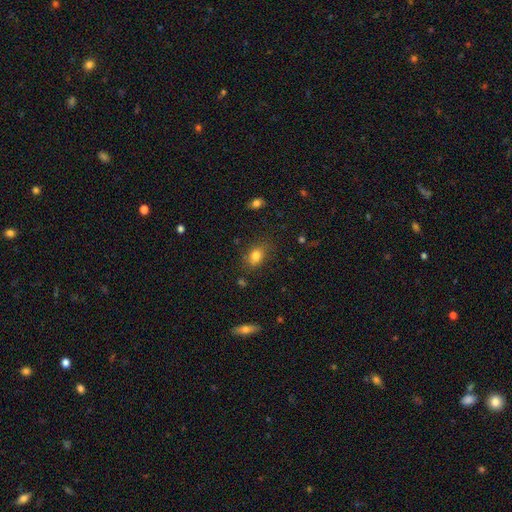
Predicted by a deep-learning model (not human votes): smooth 80%, star or artifact 11%, featured or disk 9%. Down the decision tree: how rounded — in between (75%); merging — none (75%).